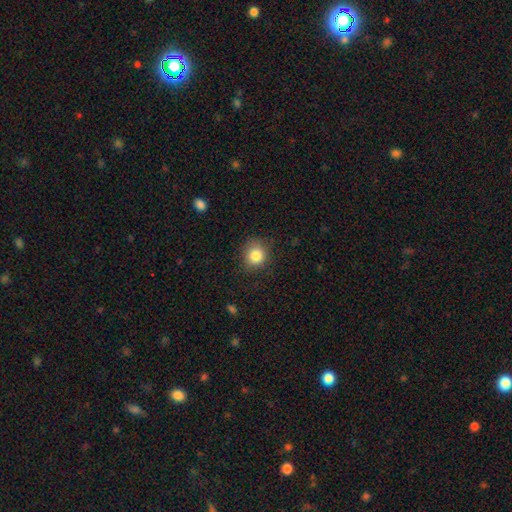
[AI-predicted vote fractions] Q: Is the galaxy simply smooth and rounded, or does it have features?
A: smooth — 84%.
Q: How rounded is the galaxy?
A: round — 83%.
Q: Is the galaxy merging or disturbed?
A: none — 82%.